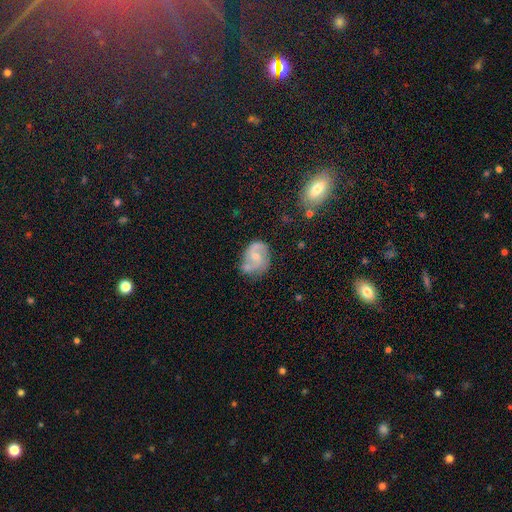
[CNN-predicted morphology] A featured or disk galaxy (63%) with no bar (51%), 2 (79%) medium (48%) spiral arms (83%) and a small central bulge (50%). Merging: none (51%).